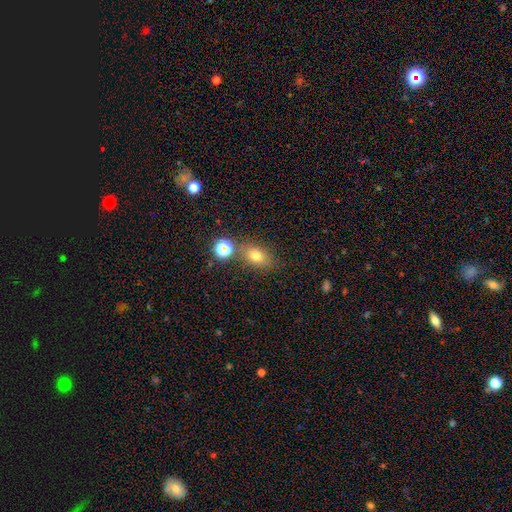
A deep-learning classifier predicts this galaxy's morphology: Smooth or featured: smooth — 72% (star or artifact — 16%)
How rounded: in between — 70% (round — 28%)
Merging: none — 74% (minor disturbance — 12%)